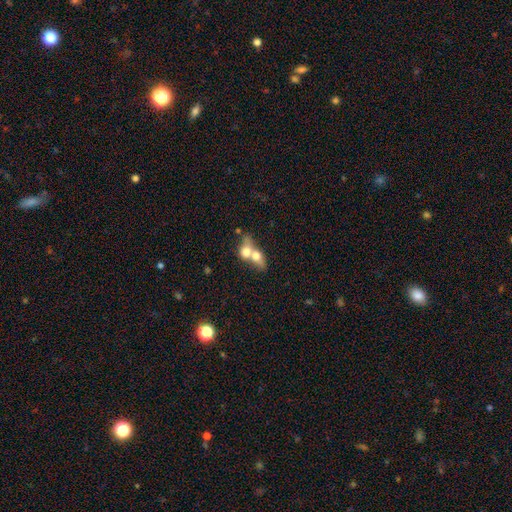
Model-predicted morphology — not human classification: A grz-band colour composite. It shows a smooth galaxy with no disk features (62%) that is in between round and cigar-shaped (56%). Merging: merger (76%).